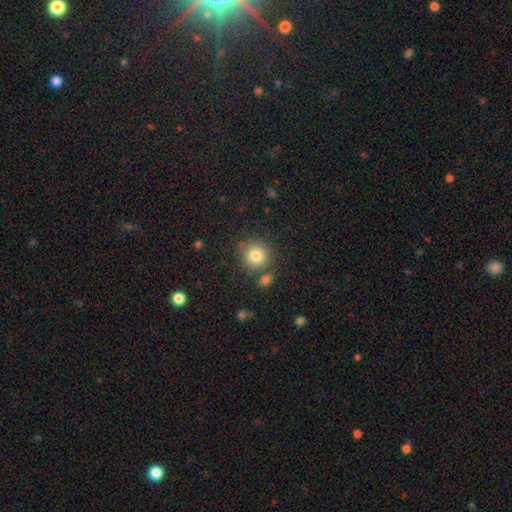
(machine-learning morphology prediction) Q: Smooth or featured?
A: smooth (82%); runner-up: star or artifact (11%)
Q: How rounded?
A: round (93%); runner-up: in between (6%)
Q: Merging?
A: none (78%); runner-up: merger (10%)